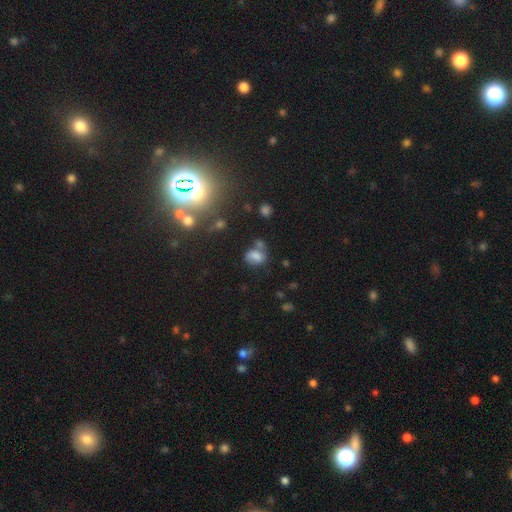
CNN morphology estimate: Smooth or featured: smooth — 66% (featured or disk — 18%)
How rounded: in between — 67% (round — 31%)
Merging: none — 43% (merger — 27%)